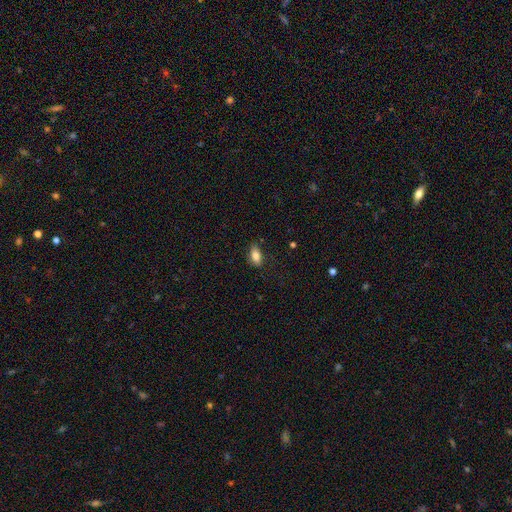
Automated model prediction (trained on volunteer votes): smooth_or_featured: smooth (p=0.83) [alt: featured or disk p=0.09]
how_rounded: in between (p=0.87) [alt: cigar-shaped p=0.09]
merging: none (p=0.78) [alt: minor disturbance p=0.17]